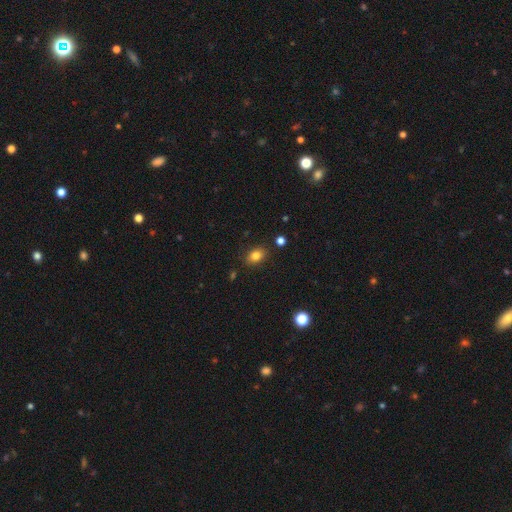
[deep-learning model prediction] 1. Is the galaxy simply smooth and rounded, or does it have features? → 82% smooth, 11% star or artifact, 7% featured or disk.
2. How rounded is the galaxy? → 76% in between, 23% round, 1% cigar-shaped.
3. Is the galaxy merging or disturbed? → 85% none, 10% minor disturbance, 3% major disturbance, 2% merger.